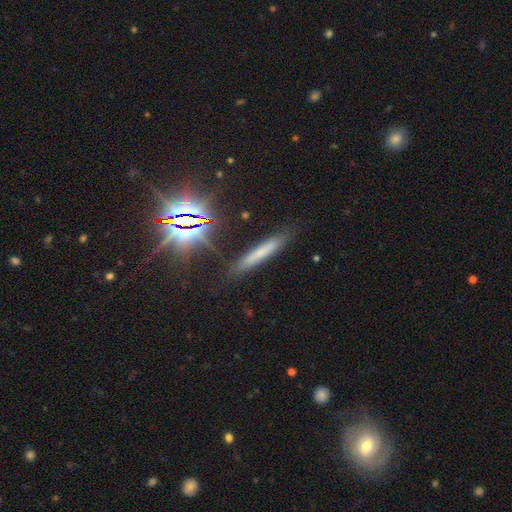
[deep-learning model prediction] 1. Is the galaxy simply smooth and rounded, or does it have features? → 46% smooth, 29% star or artifact, 24% featured or disk.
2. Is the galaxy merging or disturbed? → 85% none, 10% minor disturbance, 3% major disturbance, 2% merger.